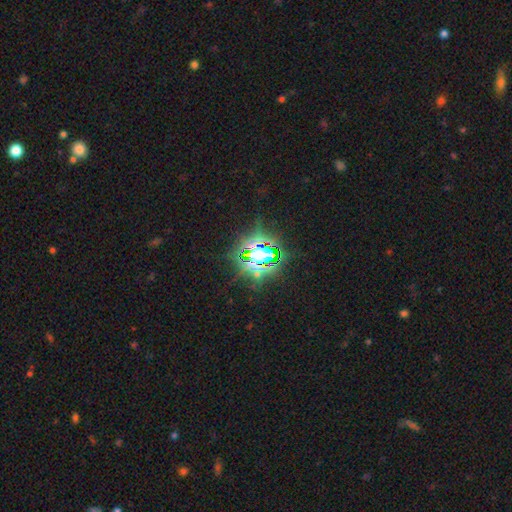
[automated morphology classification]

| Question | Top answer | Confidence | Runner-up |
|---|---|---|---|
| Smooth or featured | star or artifact | 85% | smooth (9%) |